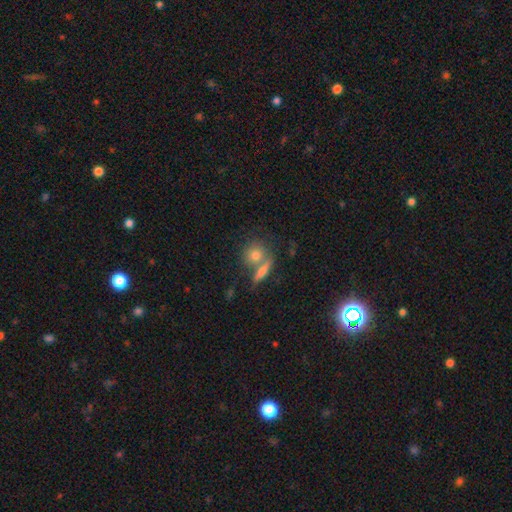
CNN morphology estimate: A smooth galaxy with no disk features (64%) that is round (70%).

Vote fractions:
- Smooth or featured? smooth: 64% / featured or disk: 20% / star or artifact: 16%
- How rounded? round: 70% / in between: 23% / cigar-shaped: 7%
- Merging? none: 53% / merger: 35% / minor disturbance: 9% / major disturbance: 4%